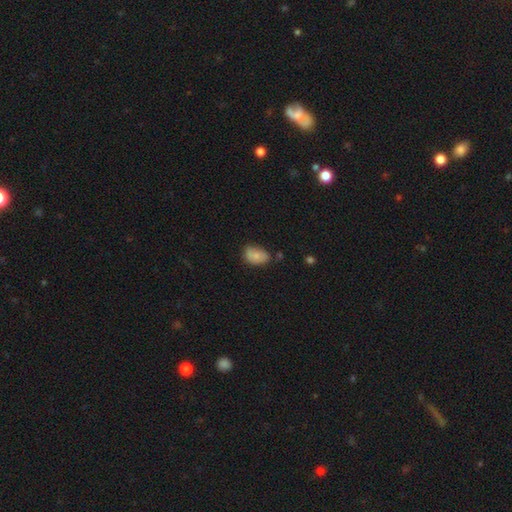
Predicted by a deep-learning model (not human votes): smooth_or_featured: smooth (p=0.78) [alt: featured or disk p=0.14]
how_rounded: in between (p=0.84) [alt: round p=0.14]
merging: none (p=0.57) [alt: minor disturbance p=0.32]